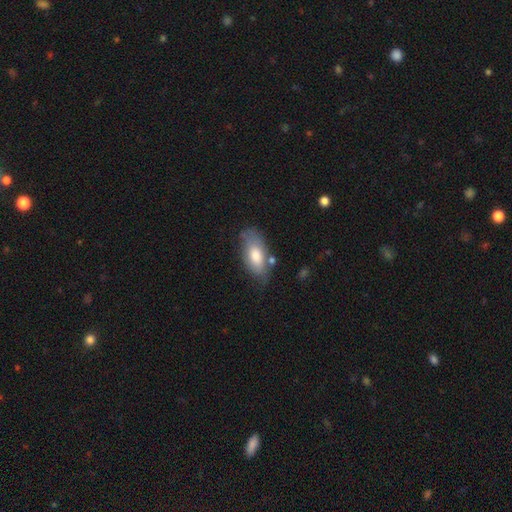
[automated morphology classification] Smooth or featured? Predicted: smooth (p=0.72). How rounded? Predicted: in between (p=0.90). Merging? Predicted: none (p=0.59).